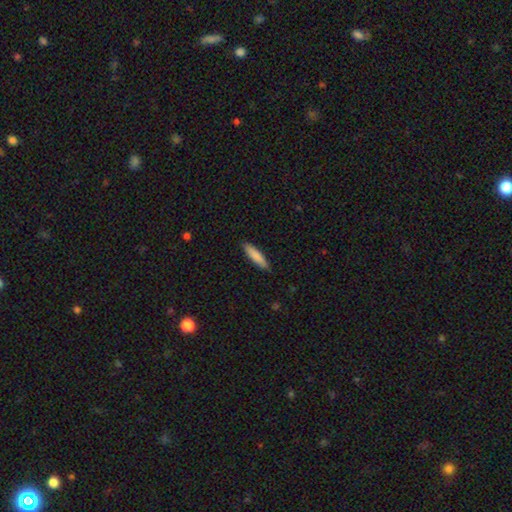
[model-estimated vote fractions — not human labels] smooth-or-featured: smooth: 84% | featured or disk: 10% | star or artifact: 6%
  how-rounded: cigar-shaped: 79% | in between: 20% | round: 1%
  merging: none: 88% | minor disturbance: 9% | major disturbance: 2% | merger: 1%